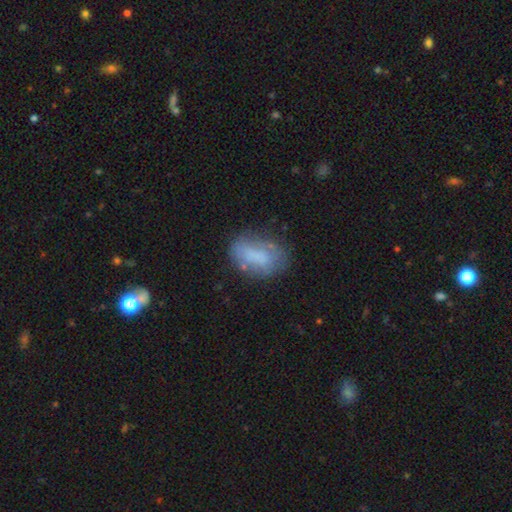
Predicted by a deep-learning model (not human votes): Smooth or featured?
  - smooth: 65% *
  - featured or disk: 25%
  - star or artifact: 10%
How rounded?
  - in between: 88% *
  - round: 8%
  - cigar-shaped: 3%
Merging?
  - none: 61% *
  - minor disturbance: 25%
  - major disturbance: 10%
  - merger: 4%